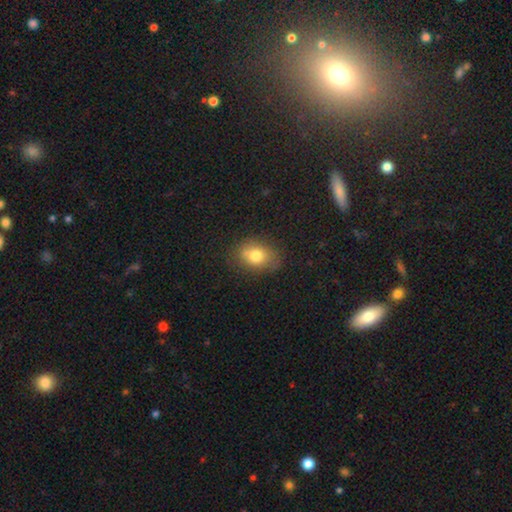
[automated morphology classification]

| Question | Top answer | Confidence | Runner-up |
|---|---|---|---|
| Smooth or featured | smooth | 77% | featured or disk (13%) |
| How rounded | in between | 64% | round (35%) |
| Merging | none | 71% | minor disturbance (18%) |